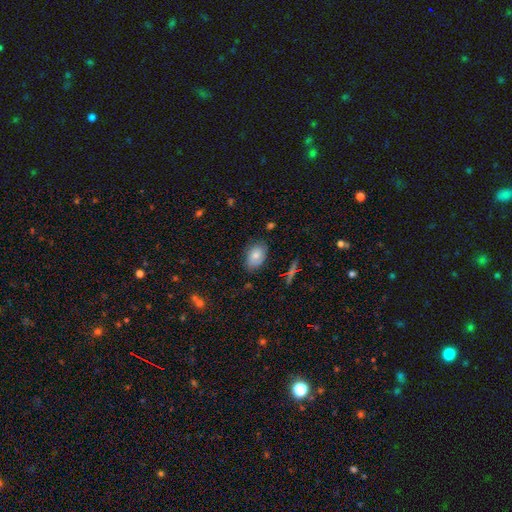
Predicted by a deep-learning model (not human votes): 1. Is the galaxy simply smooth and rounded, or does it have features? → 71% smooth, 19% featured or disk, 9% star or artifact.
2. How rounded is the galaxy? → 86% in between, 12% round, 1% cigar-shaped.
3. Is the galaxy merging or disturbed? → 73% none, 21% minor disturbance, 4% major disturbance, 2% merger.